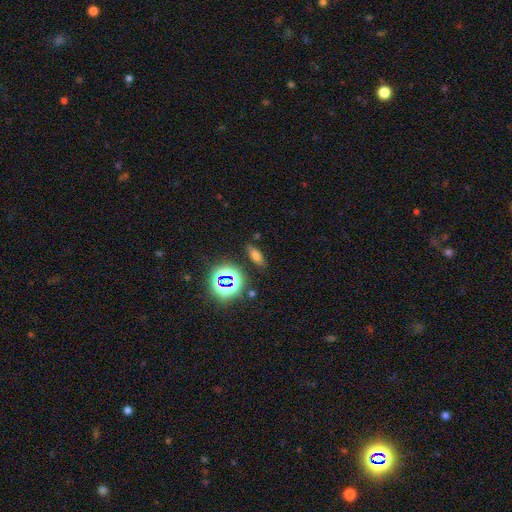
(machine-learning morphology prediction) Smooth or featured? smooth (63%)
How rounded? in between (66%)
Merging? none (82%)